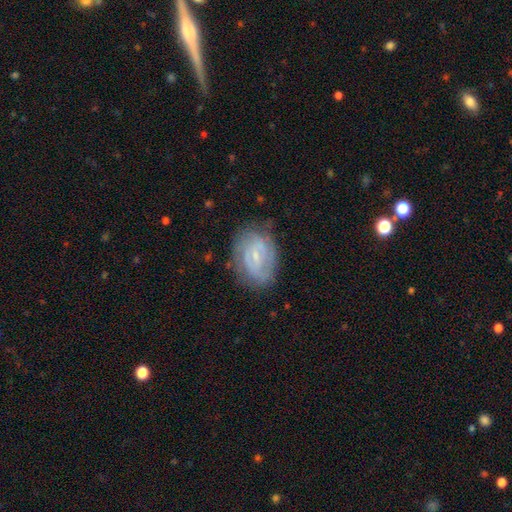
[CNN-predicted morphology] Overall: featured or disk (71%). Edge-on disk: no (96%). Bar: weak (54%; no 27%). Spiral arms: yes (79%). Spiral arm count: 2 (47%; can't tell 37%). Spiral winding: tight (55%; medium 33%). Bulge size: small (71%). Merging: none (72%).